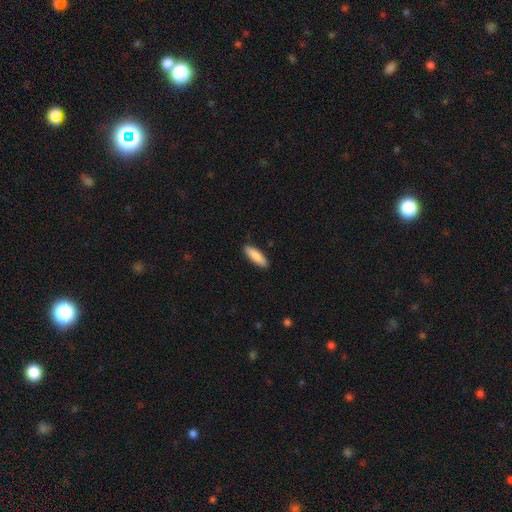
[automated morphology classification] Q: Smooth or featured?
A: smooth (88%); runner-up: featured or disk (6%)
Q: How rounded?
A: cigar-shaped (53%); runner-up: in between (45%)
Q: Merging?
A: none (87%); runner-up: minor disturbance (10%)